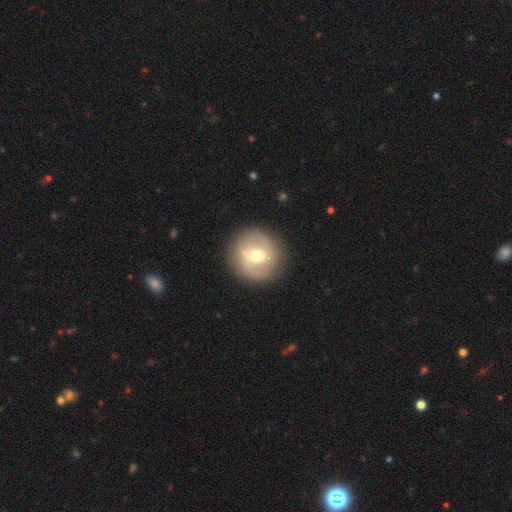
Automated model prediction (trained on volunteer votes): The model was most divided on "spiral arms": no: 51%, yes: 49%. Remaining: edge-on disk — no (95%); merging — none (86%); bulge size — moderate (67%); smooth or featured — featured or disk (57%); bar — weak (46%).